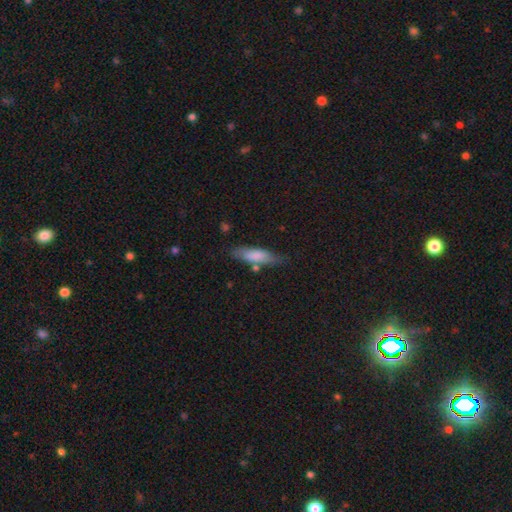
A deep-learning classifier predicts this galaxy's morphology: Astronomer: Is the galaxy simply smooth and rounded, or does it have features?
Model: smooth — 77%.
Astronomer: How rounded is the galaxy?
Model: cigar-shaped — 57% (runner-up: in between, 41%).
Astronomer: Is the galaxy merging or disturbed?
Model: none — 69%.